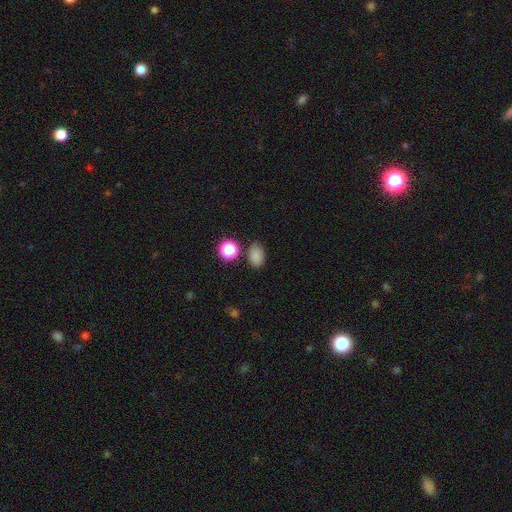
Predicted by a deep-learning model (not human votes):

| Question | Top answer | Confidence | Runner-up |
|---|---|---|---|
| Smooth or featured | smooth | 80% | star or artifact (15%) |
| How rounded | in between | 81% | round (18%) |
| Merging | none | 78% | minor disturbance (13%) |